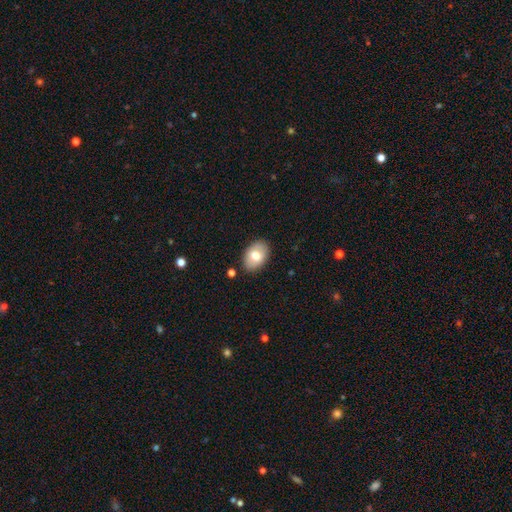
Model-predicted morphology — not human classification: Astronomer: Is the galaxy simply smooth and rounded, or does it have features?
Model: smooth — 73%.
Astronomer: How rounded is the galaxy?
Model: in between — 86%.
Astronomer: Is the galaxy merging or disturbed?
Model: none — 85%.